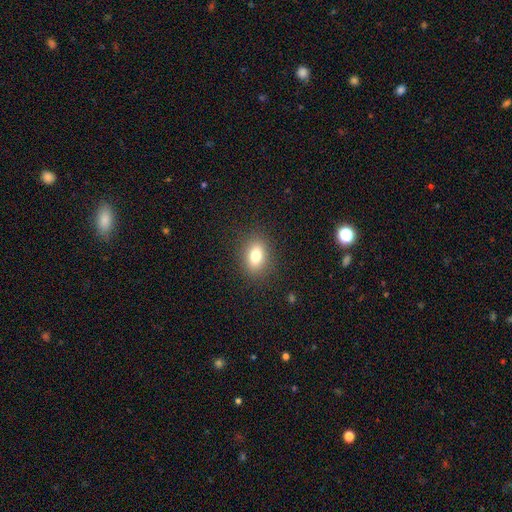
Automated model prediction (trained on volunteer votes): Smooth or featured? smooth (79%)
How rounded? in between (72%)
Merging? none (87%)